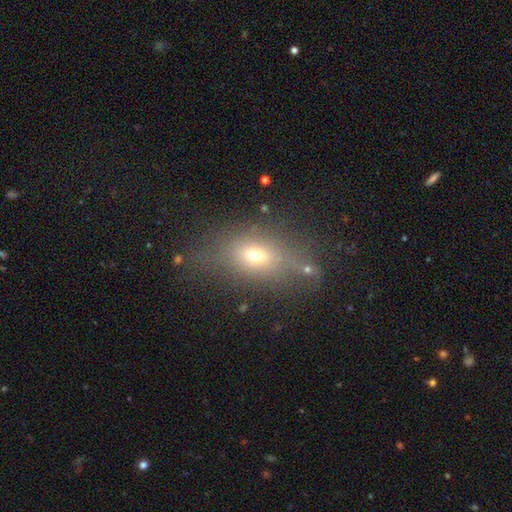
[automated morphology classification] Smooth or featured?
  - smooth: 61% *
  - featured or disk: 22%
  - star or artifact: 18%
How rounded?
  - in between: 67% *
  - round: 24%
  - cigar-shaped: 9%
Merging?
  - none: 51% *
  - major disturbance: 17%
  - minor disturbance: 17%
  - merger: 16%